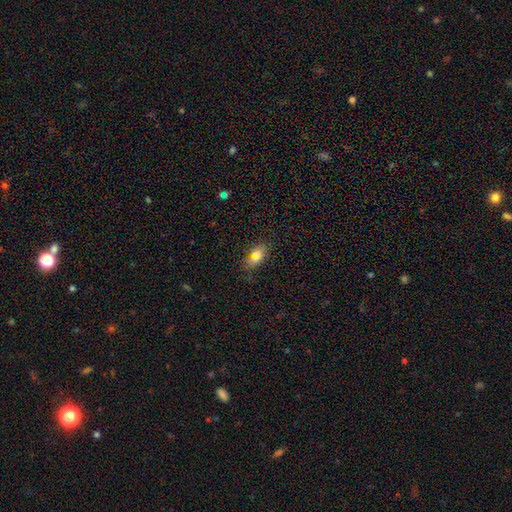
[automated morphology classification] smooth 70%, star or artifact 18%, featured or disk 11%. Down the decision tree: how rounded — in between (85%); merging — none (77%).